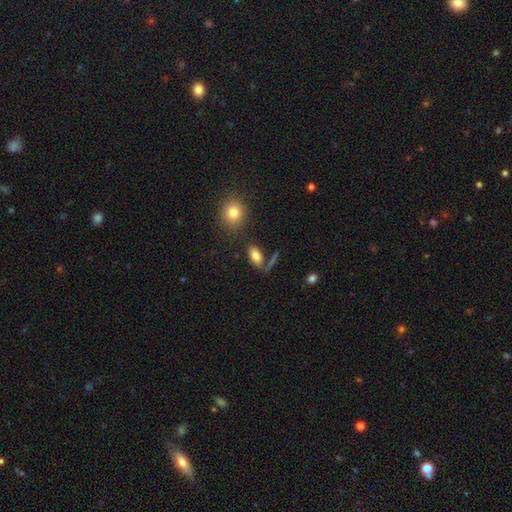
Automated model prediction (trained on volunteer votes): The model was most divided on "merging": none: 71%, minor disturbance: 12%, merger: 11%, major disturbance: 5%. More confident: how rounded — in between (87%); smooth or featured — smooth (81%).